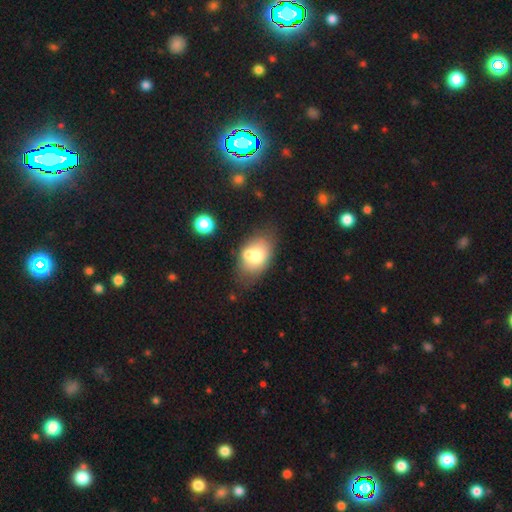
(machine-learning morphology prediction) A smooth galaxy with no disk features (68%) that is in between round and cigar-shaped (83%). Merging: none (52%).